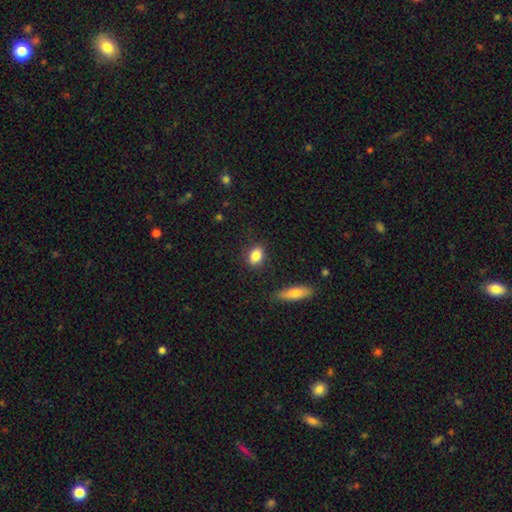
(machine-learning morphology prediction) A smooth galaxy with no disk features (84%) that is in between round and cigar-shaped (78%). Merging: none (83%).